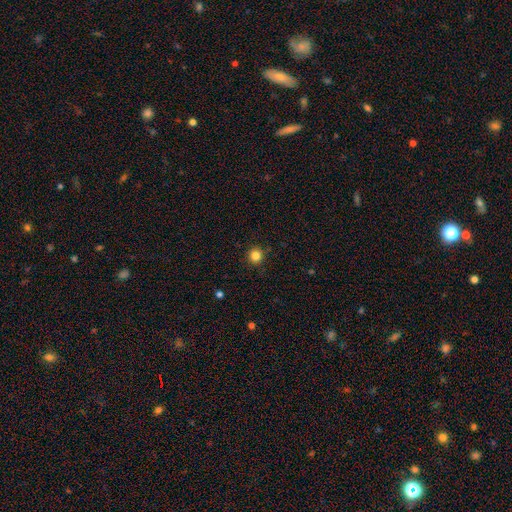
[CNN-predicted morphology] A smooth galaxy with no disk features (83%) that is round (93%).

Vote fractions:
- Smooth or featured? smooth: 83% / star or artifact: 12% / featured or disk: 5%
- How rounded? round: 93% / in between: 6% / cigar-shaped: 1%
- Merging? none: 92% / minor disturbance: 5% / major disturbance: 2% / merger: 1%